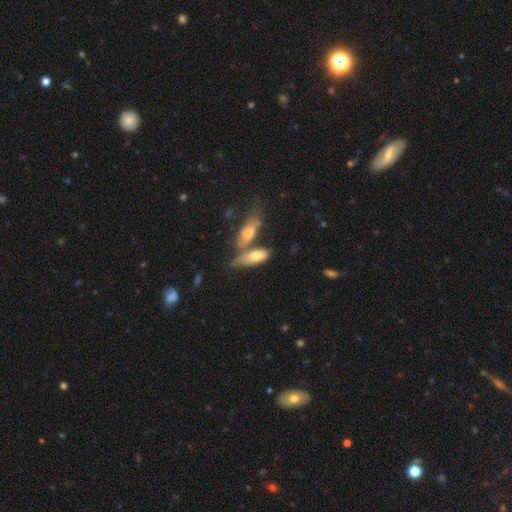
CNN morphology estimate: This appears to be a smooth galaxy with no disk features (68%) that is in between round and cigar-shaped (73%). Merging: merger (44%).